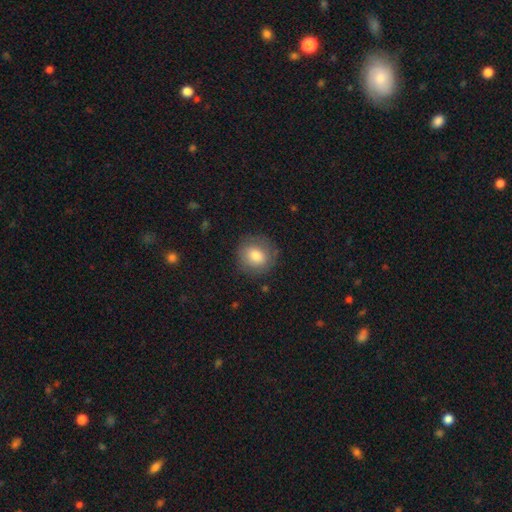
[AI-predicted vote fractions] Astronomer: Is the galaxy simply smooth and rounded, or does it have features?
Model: smooth — 77%.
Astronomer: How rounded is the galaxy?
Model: round — 86%.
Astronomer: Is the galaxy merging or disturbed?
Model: none — 82%.